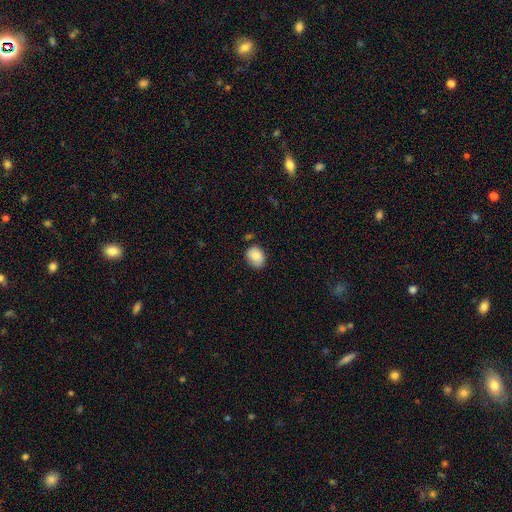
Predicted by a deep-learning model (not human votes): This appears to be a smooth galaxy with no disk features (84%) that is round (52%). Merging: none (73%).